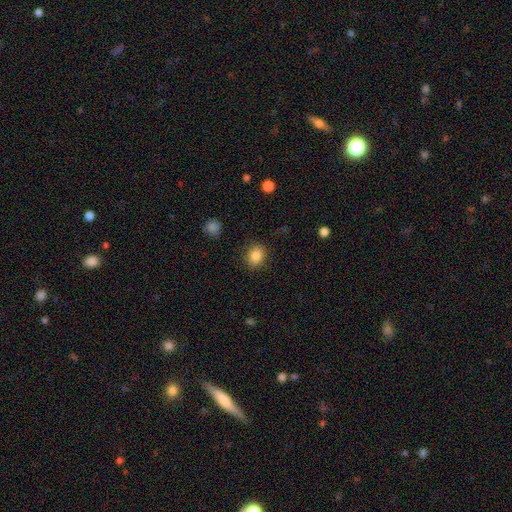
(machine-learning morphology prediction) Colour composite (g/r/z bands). It shows a smooth galaxy with no disk features (85%) that is round (60%). Merging: none (86%).